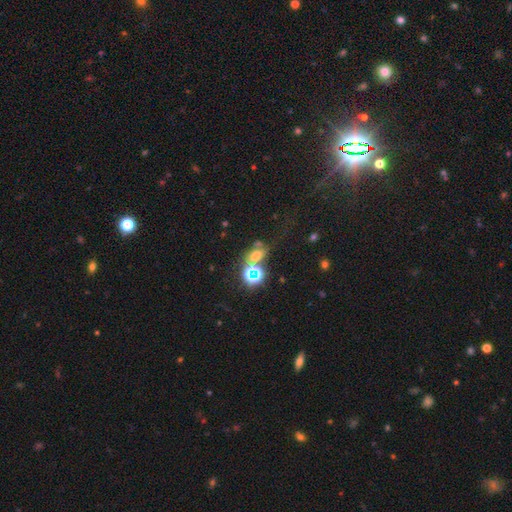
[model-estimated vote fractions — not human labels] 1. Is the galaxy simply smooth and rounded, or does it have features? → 44% star or artifact, 40% smooth, 16% featured or disk.